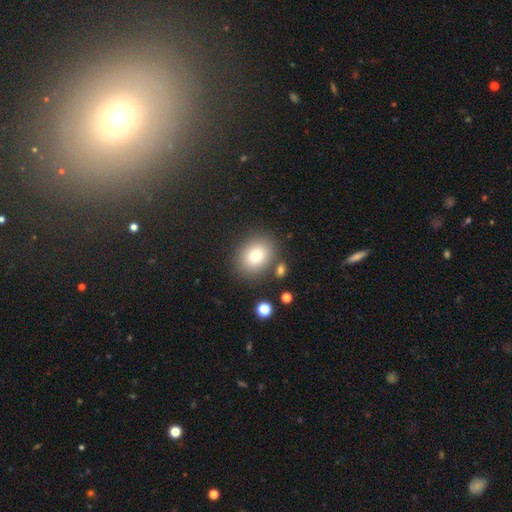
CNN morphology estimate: Smooth or featured? smooth (80%)
How rounded? round (51%)
Merging? none (81%)